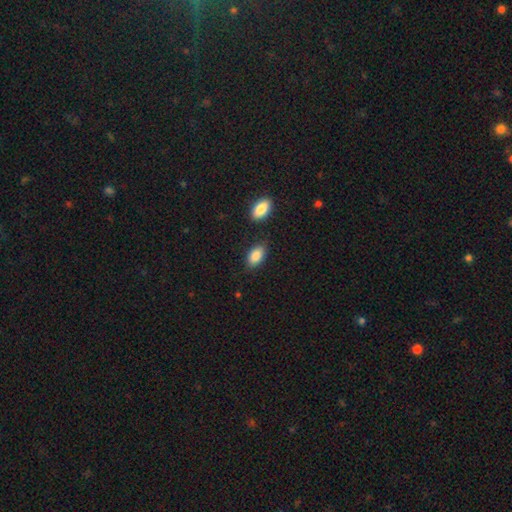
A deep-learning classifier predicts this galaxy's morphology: Smooth or featured? smooth (88%)
How rounded? in between (93%)
Merging? none (79%)